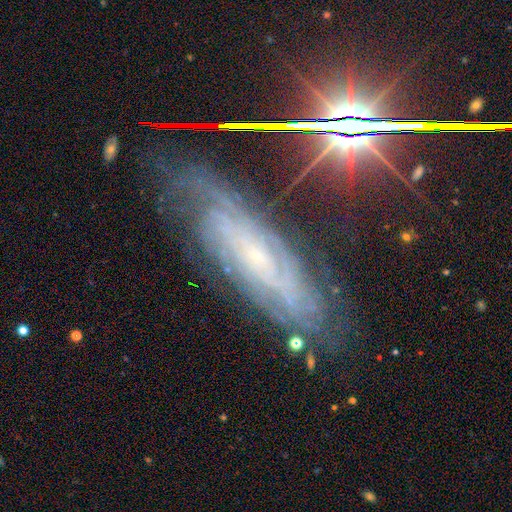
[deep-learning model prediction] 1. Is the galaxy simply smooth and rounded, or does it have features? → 80% featured or disk, 12% star or artifact, 8% smooth.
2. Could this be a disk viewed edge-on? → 80% no, 20% yes.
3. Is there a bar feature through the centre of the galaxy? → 60% no, 28% weak, 12% strong.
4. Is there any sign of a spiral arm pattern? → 95% yes, 5% no.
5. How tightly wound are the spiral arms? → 69% tight, 24% medium, 6% loose.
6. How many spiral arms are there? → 46% can't tell, 17% 2, 11% 3, 10% 4, 9% more than 4, 6% 1.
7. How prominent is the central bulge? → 85% small, 10% moderate, 3% none, 1% large, 1% dominant.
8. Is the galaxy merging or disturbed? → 71% none, 20% minor disturbance, 7% major disturbance, 2% merger.